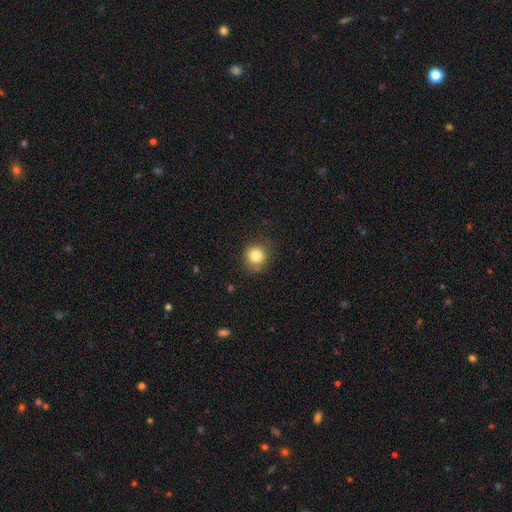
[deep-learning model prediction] Q: Smooth or featured?
A: smooth (82%); runner-up: star or artifact (11%)
Q: How rounded?
A: round (86%); runner-up: in between (13%)
Q: Merging?
A: none (78%); runner-up: minor disturbance (16%)